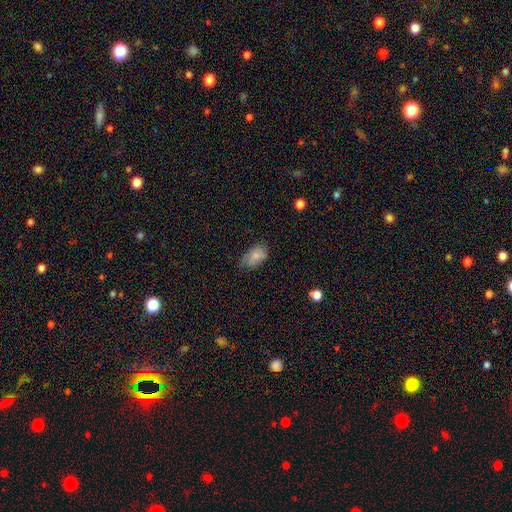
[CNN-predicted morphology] This appears to be a smooth galaxy with no disk features (76%) that is in between round and cigar-shaped (90%). Merging: none (48%).